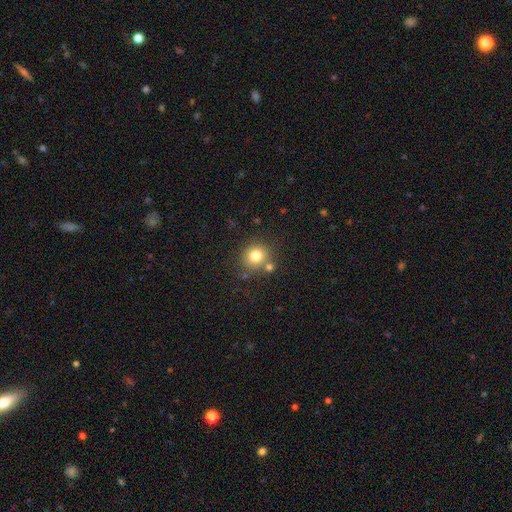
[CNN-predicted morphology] smooth-or-featured: smooth: 79% | star or artifact: 13% | featured or disk: 9%
  how-rounded: round: 89% | in between: 11% | cigar-shaped: 1%
  merging: none: 74% | merger: 13% | minor disturbance: 9% | major disturbance: 3%